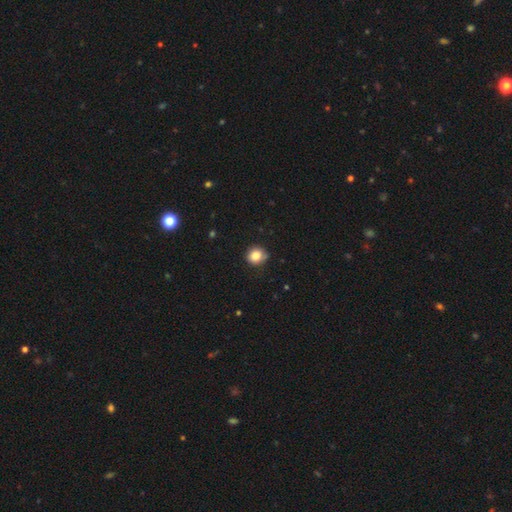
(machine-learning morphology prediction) smooth-or-featured: smooth: 82% | star or artifact: 11% | featured or disk: 7%
  how-rounded: round: 83% | in between: 16% | cigar-shaped: 1%
  merging: none: 78% | minor disturbance: 18% | major disturbance: 3% | merger: 2%